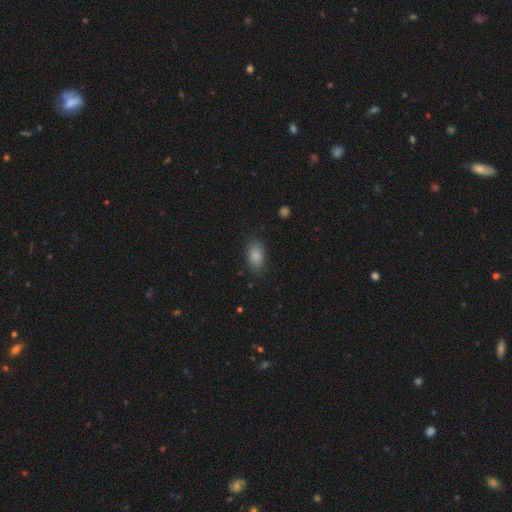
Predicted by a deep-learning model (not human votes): Smooth or featured?
  - smooth: 85% *
  - star or artifact: 9%
  - featured or disk: 6%
How rounded?
  - in between: 87% *
  - round: 11%
  - cigar-shaped: 2%
Merging?
  - none: 81% *
  - minor disturbance: 14%
  - major disturbance: 4%
  - merger: 1%